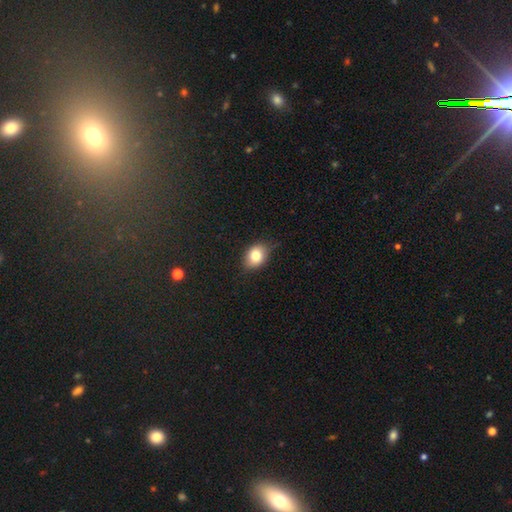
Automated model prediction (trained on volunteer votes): A smooth galaxy with no disk features (80%) that is in between round and cigar-shaped (64%).

Vote fractions:
- Smooth or featured? smooth: 80% / featured or disk: 11% / star or artifact: 9%
- How rounded? in between: 64% / round: 35% / cigar-shaped: 1%
- Merging? none: 74% / minor disturbance: 21% / major disturbance: 4% / merger: 1%